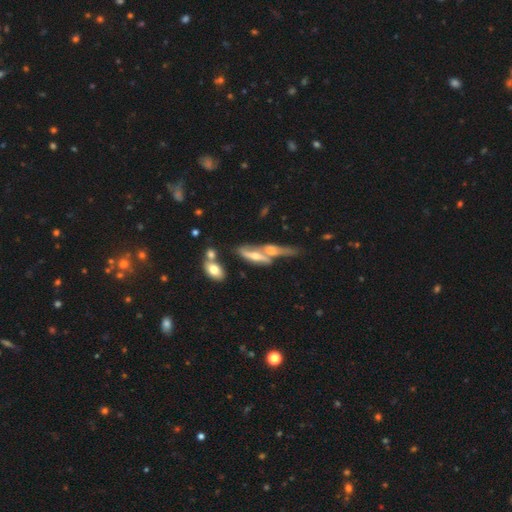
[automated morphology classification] featured or disk 62%, smooth 30%, star or artifact 9%. Down the decision tree: edge-on disk — yes (60%); merging — merger (50%).